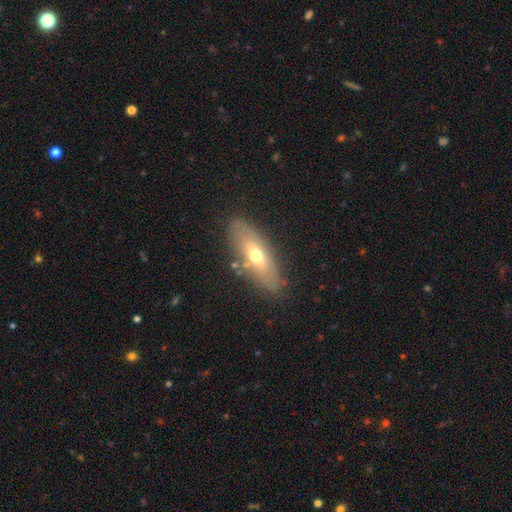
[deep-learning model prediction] Smooth or featured? smooth (49%)
Merging? none (80%)